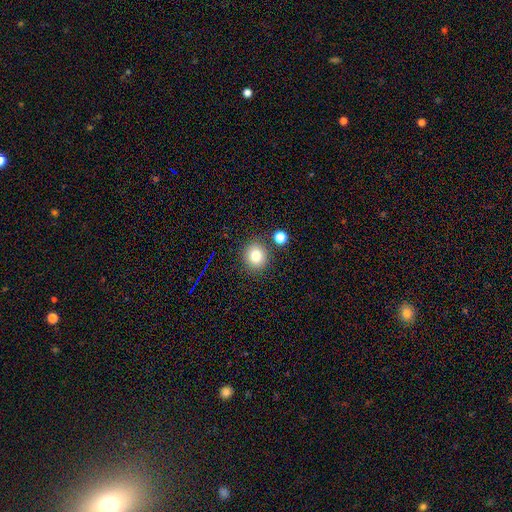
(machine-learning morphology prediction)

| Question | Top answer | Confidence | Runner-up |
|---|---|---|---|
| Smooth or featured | smooth | 81% | star or artifact (12%) |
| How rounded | round | 86% | in between (13%) |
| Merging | none | 83% | minor disturbance (8%) |